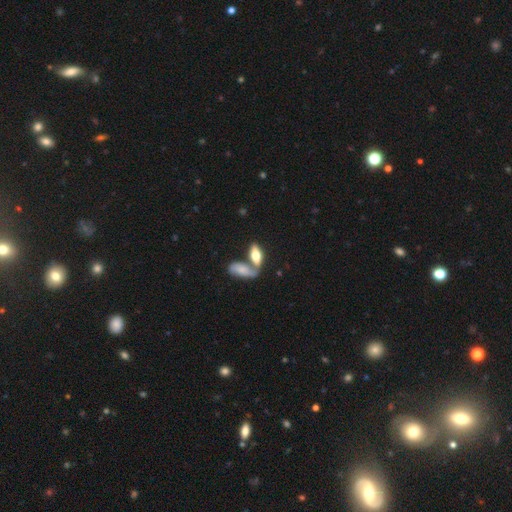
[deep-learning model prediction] This appears to be a smooth galaxy with no disk features (61%) that is in between round and cigar-shaped (77%). Merging: merger (49%).